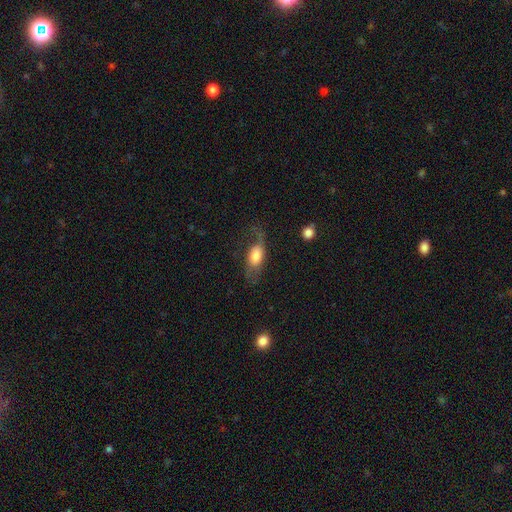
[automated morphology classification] Overall: smooth (57%; featured or disk 35%). How rounded: in between (83%). Merging: none (40%; major disturbance 33%).